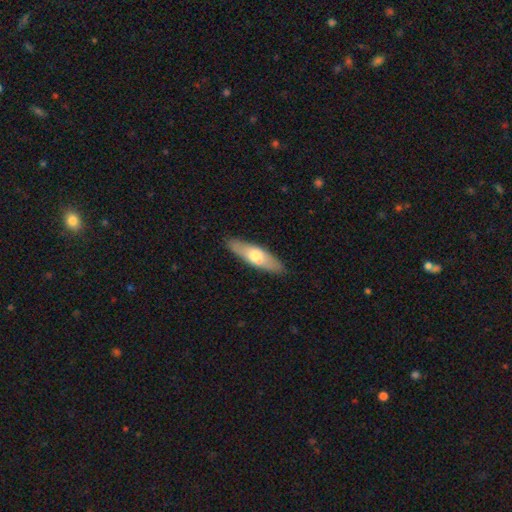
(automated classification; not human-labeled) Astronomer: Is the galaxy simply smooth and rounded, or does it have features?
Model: smooth — 57% (runner-up: featured or disk, 38%).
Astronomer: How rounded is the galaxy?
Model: cigar-shaped — 53% (runner-up: in between, 45%).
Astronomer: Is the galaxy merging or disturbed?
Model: none — 88%.